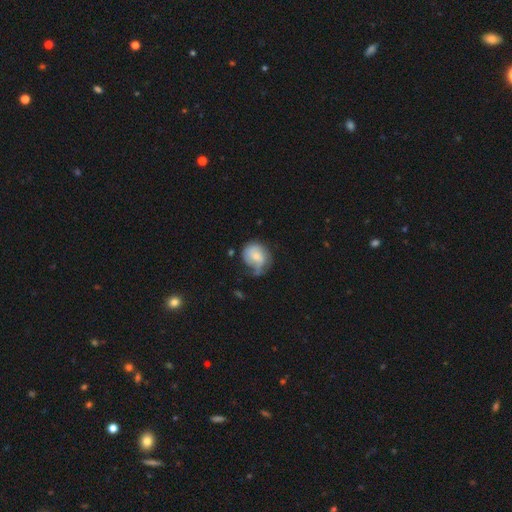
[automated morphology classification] Q: Smooth or featured?
A: smooth (51%); runner-up: featured or disk (41%)
Q: How rounded?
A: round (60%); runner-up: in between (39%)
Q: Merging?
A: none (39%); runner-up: minor disturbance (33%)